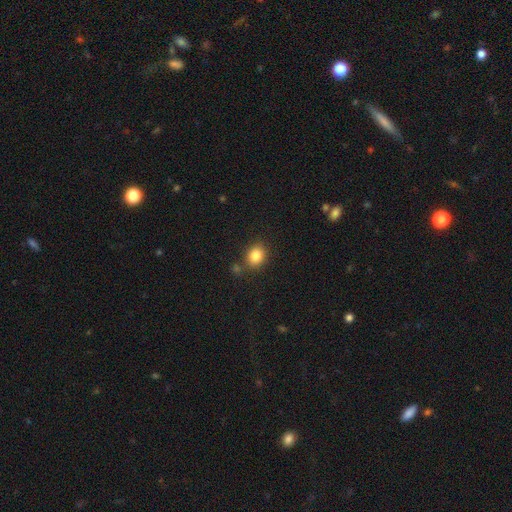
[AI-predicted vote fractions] Q: Smooth or featured?
A: smooth (84%); runner-up: star or artifact (10%)
Q: How rounded?
A: round (55%); runner-up: in between (44%)
Q: Merging?
A: none (78%); runner-up: minor disturbance (11%)